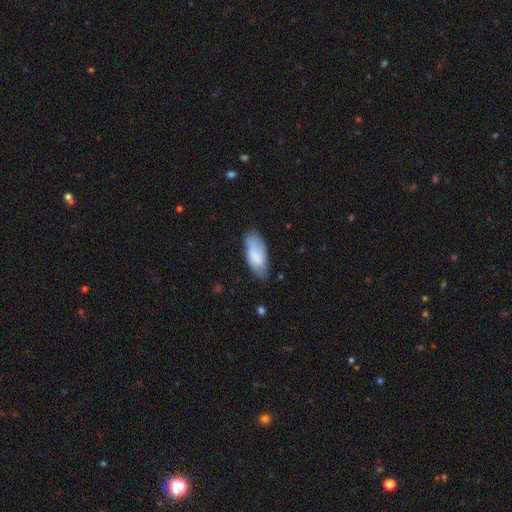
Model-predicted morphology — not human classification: A smooth galaxy with no disk features (75%) that is in between round and cigar-shaped (84%). Merging: none (62%).